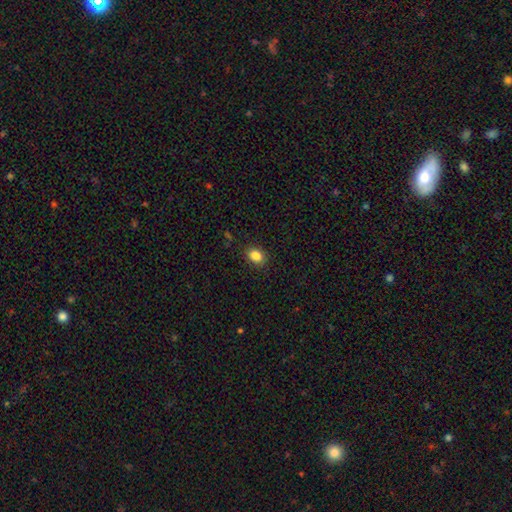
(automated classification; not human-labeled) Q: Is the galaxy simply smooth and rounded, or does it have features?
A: smooth — 86%.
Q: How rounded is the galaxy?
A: in between — 70%.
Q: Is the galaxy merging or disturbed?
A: none — 88%.